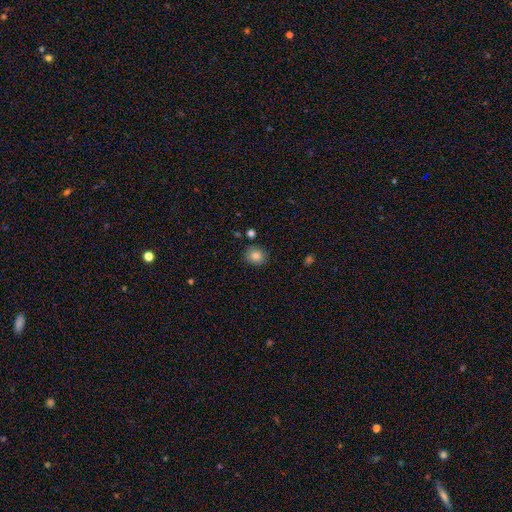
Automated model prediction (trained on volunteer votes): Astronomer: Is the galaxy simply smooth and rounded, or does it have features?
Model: smooth — 84%.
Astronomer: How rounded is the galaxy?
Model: round — 72%.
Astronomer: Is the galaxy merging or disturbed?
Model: none — 86%.